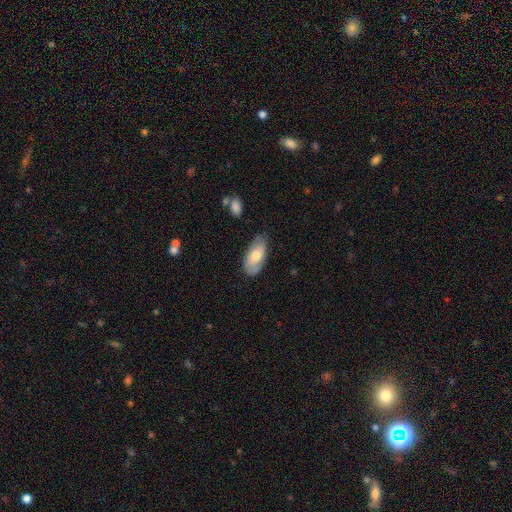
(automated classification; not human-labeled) Morphology: type=smooth (68%); roundness=in between (92%); merging=none (72%).